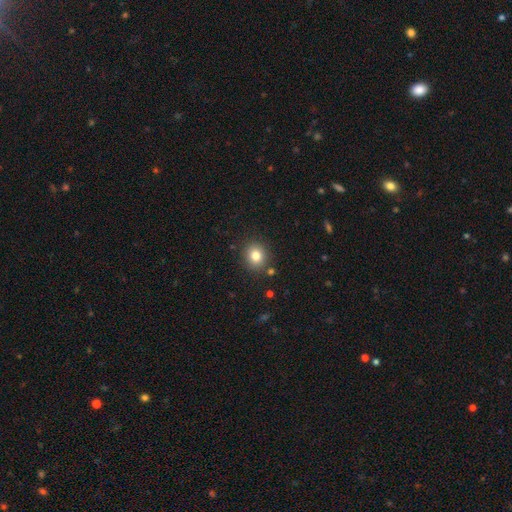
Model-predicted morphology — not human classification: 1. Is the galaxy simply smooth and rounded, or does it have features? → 81% smooth, 12% star or artifact, 8% featured or disk.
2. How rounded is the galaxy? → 77% round, 22% in between, 1% cigar-shaped.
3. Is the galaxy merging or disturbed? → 86% none, 8% minor disturbance, 3% merger, 3% major disturbance.